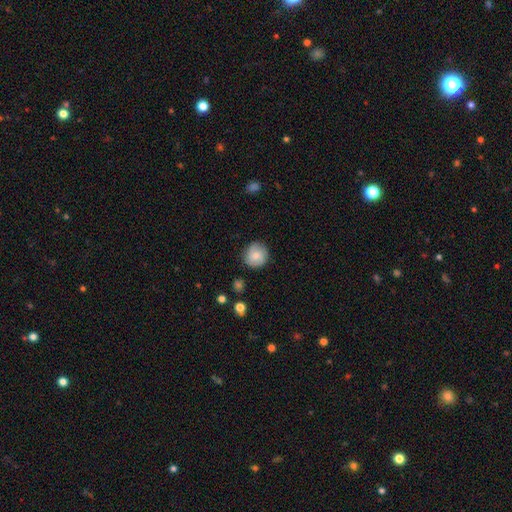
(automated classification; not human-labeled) Smooth or featured? Predicted: smooth (p=0.75). How rounded? Predicted: round (p=0.88). Merging? Predicted: none (p=0.82).